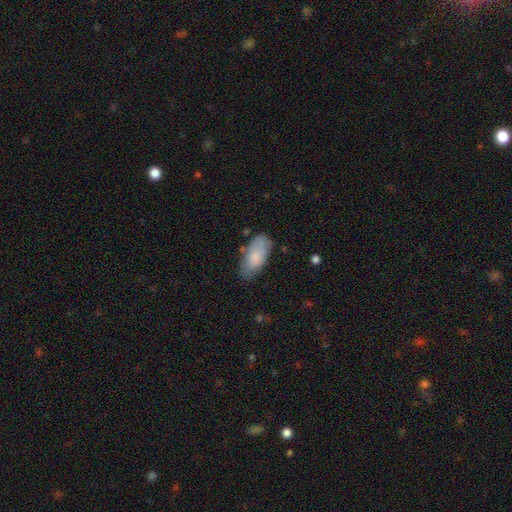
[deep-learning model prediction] Smooth or featured: smooth — 81% (featured or disk — 13%)
How rounded: in between — 91% (cigar-shaped — 7%)
Merging: none — 70% (minor disturbance — 23%)